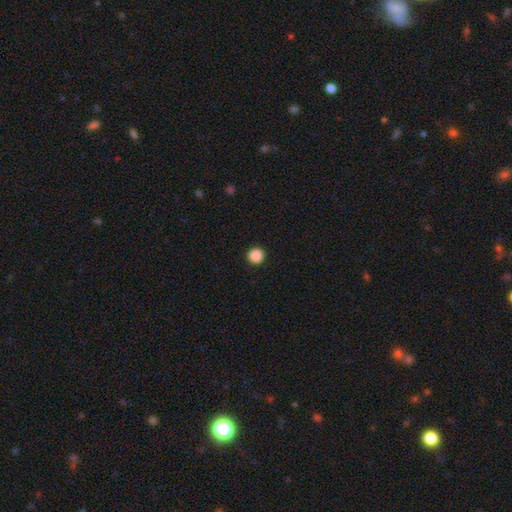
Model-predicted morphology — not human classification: Smooth or featured?
  - smooth: 89% *
  - star or artifact: 9%
  - featured or disk: 2%
How rounded?
  - round: 94% *
  - in between: 5%
  - cigar-shaped: 1%
Merging?
  - none: 93% *
  - minor disturbance: 4%
  - major disturbance: 2%
  - merger: 1%